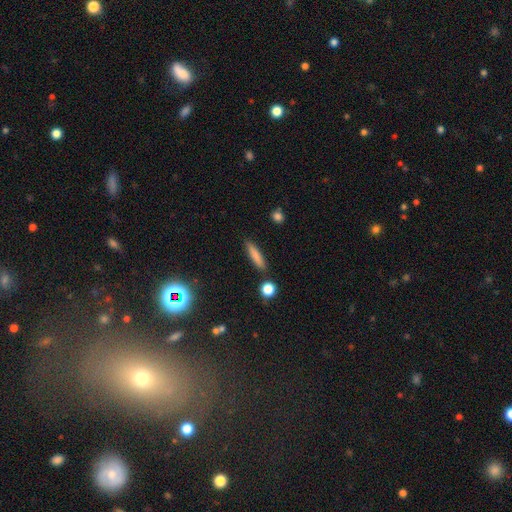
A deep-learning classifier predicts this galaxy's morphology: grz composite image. It shows a smooth galaxy with no disk features (81%) that is cigar-shaped (82%). Merging: none (87%).